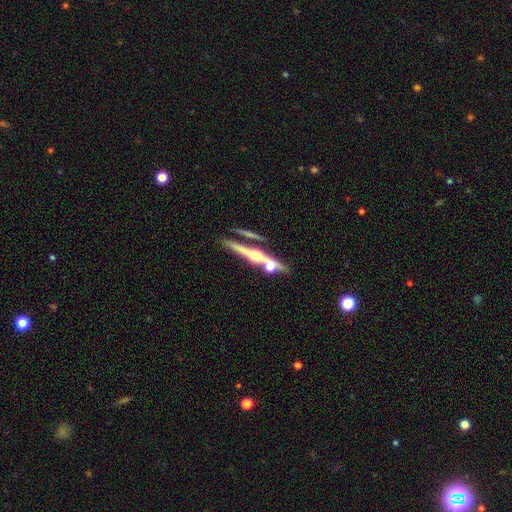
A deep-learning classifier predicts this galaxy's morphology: A featured or disk galaxy (68%) viewed edge-on (90%) with a rounded central bulge (89%).

Vote fractions:
- Smooth or featured? featured or disk: 68% / smooth: 23% / star or artifact: 9%
- Edge-on disk? yes: 90% / no: 10%
- Edge-on bulge? rounded: 89% / none: 6% / boxy: 4%
- Merging? none: 52% / merger: 32% / minor disturbance: 10% / major disturbance: 6%